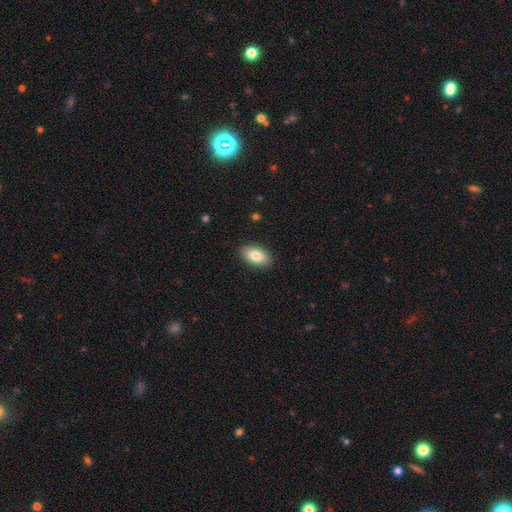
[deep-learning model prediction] Smooth or featured: smooth — 83% (featured or disk — 11%)
How rounded: in between — 93% (round — 5%)
Merging: none — 89% (minor disturbance — 9%)